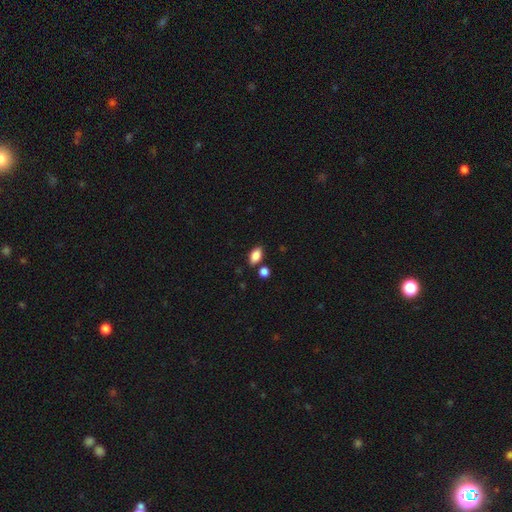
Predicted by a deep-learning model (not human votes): Q: Smooth or featured?
A: smooth (87%); runner-up: star or artifact (8%)
Q: How rounded?
A: in between (90%); runner-up: round (7%)
Q: Merging?
A: none (77%); runner-up: minor disturbance (12%)